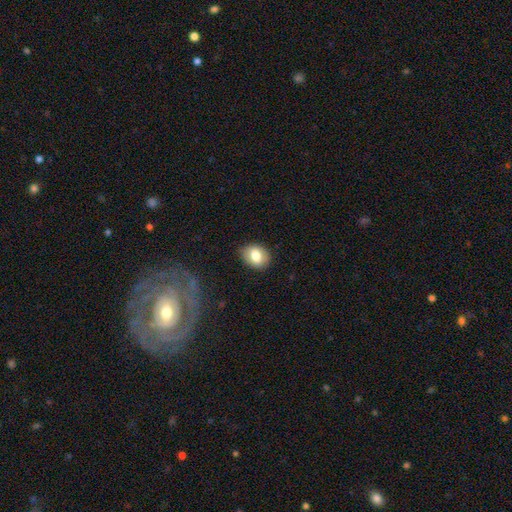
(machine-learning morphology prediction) Q: Smooth or featured?
A: smooth (79%); runner-up: featured or disk (13%)
Q: How rounded?
A: in between (60%); runner-up: round (39%)
Q: Merging?
A: none (84%); runner-up: minor disturbance (12%)